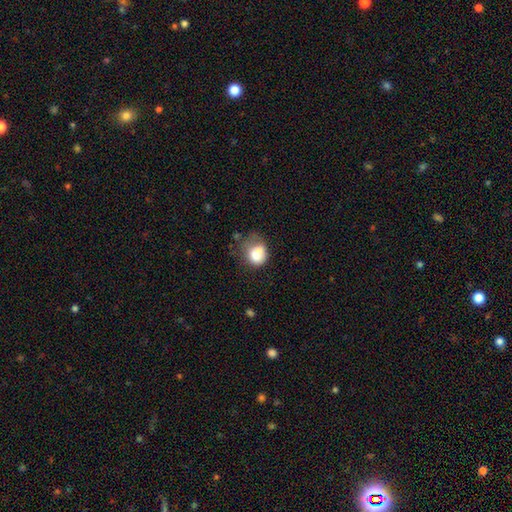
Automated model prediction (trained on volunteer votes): smooth_or_featured: smooth (p=0.72) [alt: featured or disk p=0.19]
how_rounded: round (p=0.59) [alt: in between p=0.40]
merging: none (p=0.27) [alt: minor disturbance p=0.25]